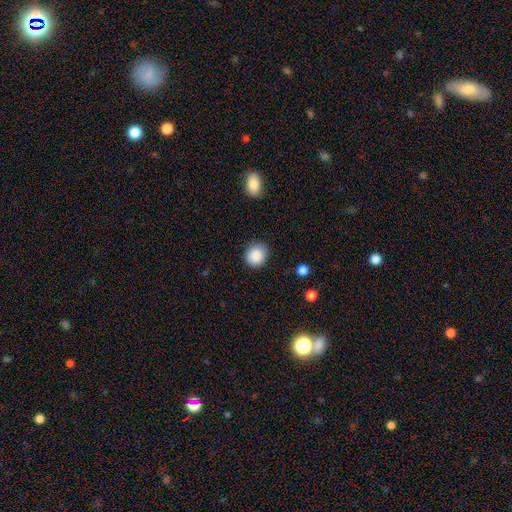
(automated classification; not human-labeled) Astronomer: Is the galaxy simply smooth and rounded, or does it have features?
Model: smooth — 87%.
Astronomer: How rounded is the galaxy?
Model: round — 81%.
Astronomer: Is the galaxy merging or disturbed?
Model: none — 86%.